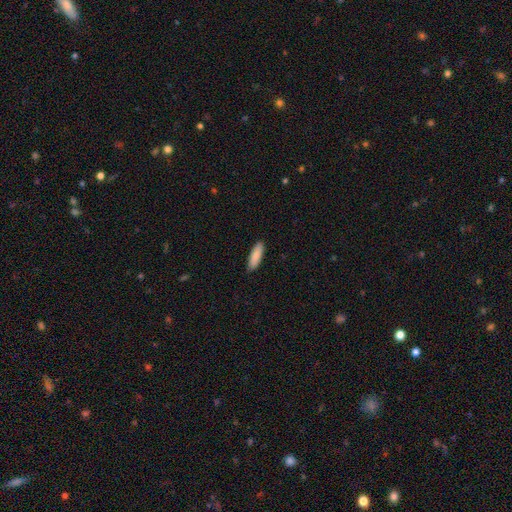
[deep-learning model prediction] Smooth or featured? smooth (89%)
How rounded? cigar-shaped (57%)
Merging? none (89%)